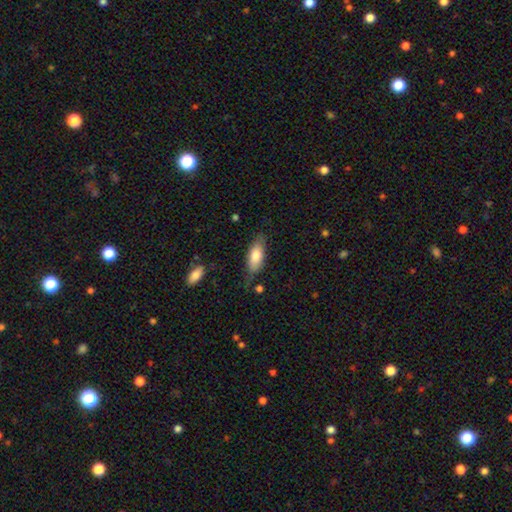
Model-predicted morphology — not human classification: Smooth or featured? Predicted: smooth (p=0.78). How rounded? Predicted: in between (p=0.78). Merging? Predicted: none (p=0.69).